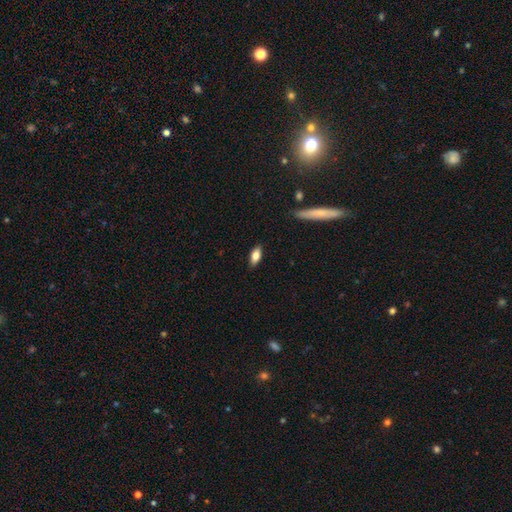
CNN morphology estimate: smooth_or_featured: smooth (p=0.71) [alt: featured or disk p=0.22]
how_rounded: in between (p=0.79) [alt: cigar-shaped p=0.18]
merging: none (p=0.87) [alt: minor disturbance p=0.10]